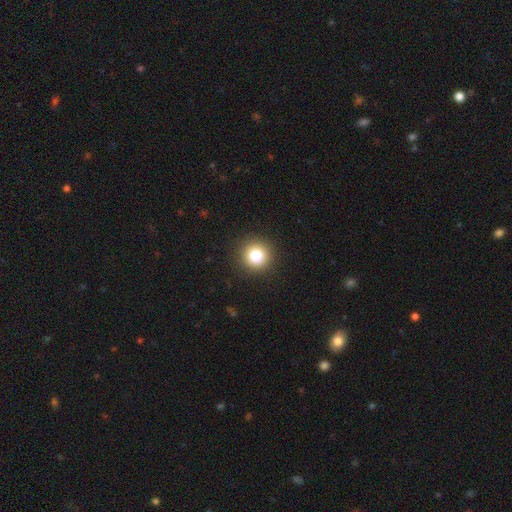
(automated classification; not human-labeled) smooth-or-featured: smooth: 79% | star or artifact: 12% | featured or disk: 8%
  how-rounded: round: 95% | in between: 4% | cigar-shaped: 1%
  merging: none: 92% | minor disturbance: 5% | major disturbance: 2% | merger: 1%